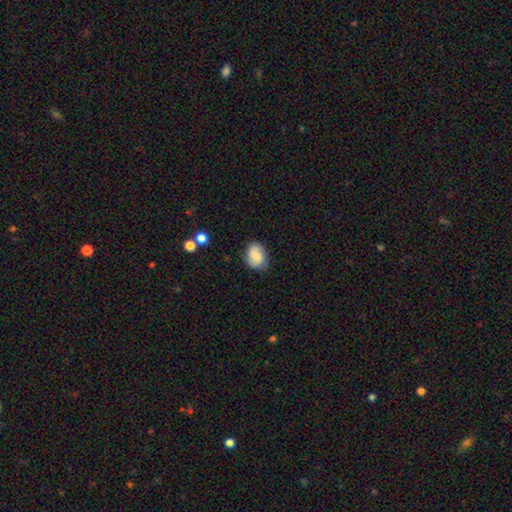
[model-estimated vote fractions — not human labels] A smooth galaxy with no disk features (63%) that is in between round and cigar-shaped (62%).

Vote fractions:
- Smooth or featured? smooth: 63% / featured or disk: 28% / star or artifact: 9%
- How rounded? in between: 62% / round: 37% / cigar-shaped: 1%
- Merging? none: 72% / minor disturbance: 20% / major disturbance: 5% / merger: 2%